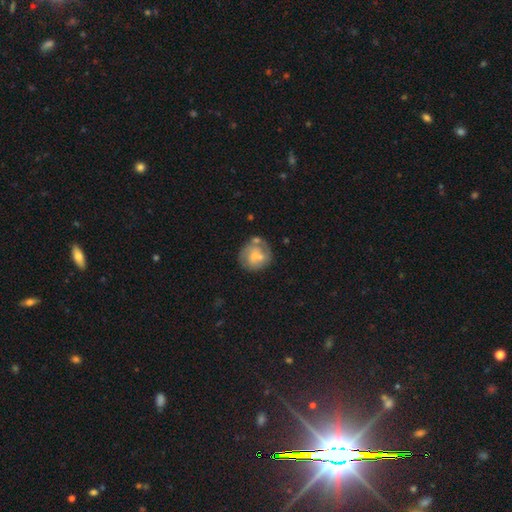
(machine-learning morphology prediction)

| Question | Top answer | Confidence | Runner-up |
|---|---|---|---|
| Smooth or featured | featured or disk | 49% | smooth (44%) |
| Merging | none | 50% | minor disturbance (22%) |